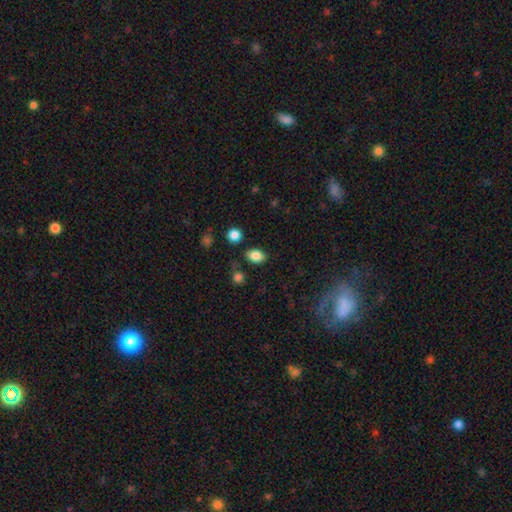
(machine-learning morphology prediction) A smooth galaxy with no disk features (85%) that is in between round and cigar-shaped (79%).

Vote fractions:
- Smooth or featured? smooth: 85% / star or artifact: 9% / featured or disk: 6%
- How rounded? in between: 79% / round: 19% / cigar-shaped: 1%
- Merging? none: 81% / minor disturbance: 11% / merger: 5% / major disturbance: 3%